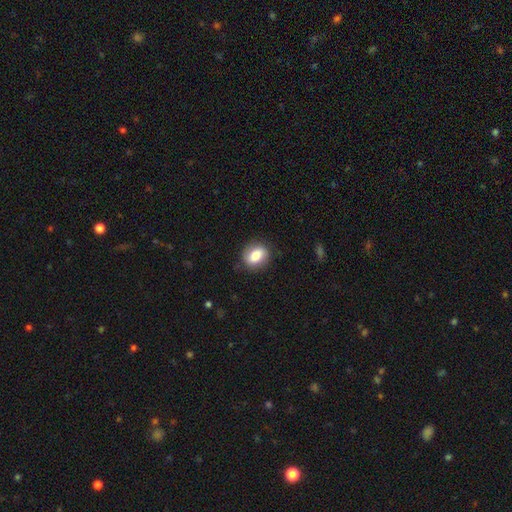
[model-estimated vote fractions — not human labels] smooth 76%, featured or disk 16%, star or artifact 8%. Down the decision tree: how rounded — in between (52%); merging — none (83%).